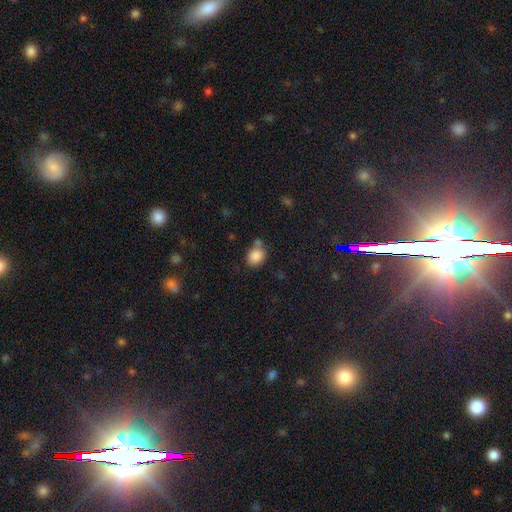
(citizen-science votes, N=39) This is clearly a smooth galaxy (90%). How rounded: possibly round (54%). Merging: likely none (68%).